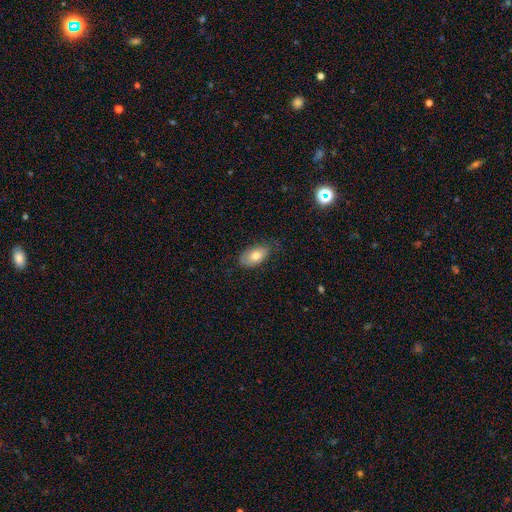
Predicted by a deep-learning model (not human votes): Overall: smooth (77%). How rounded: in between (93%). Merging: none (69%).